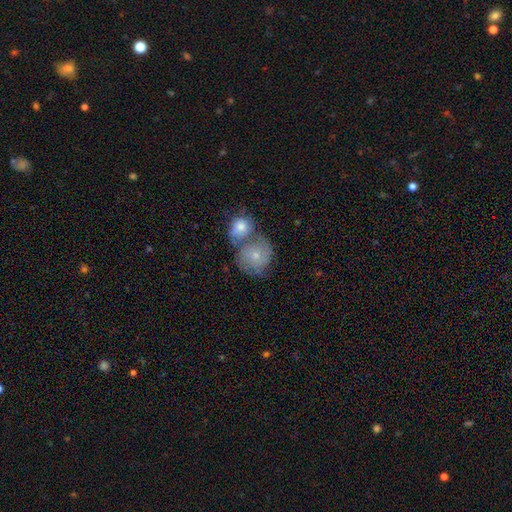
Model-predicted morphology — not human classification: Overall: smooth (59%; featured or disk 34%). How rounded: round (82%). Merging: merger (48%; none 34%).